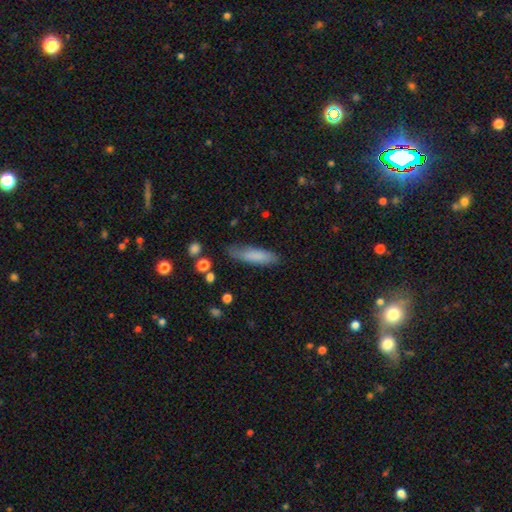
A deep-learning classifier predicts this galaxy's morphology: smooth-or-featured: smooth: 81% | featured or disk: 12% | star or artifact: 7%
  how-rounded: cigar-shaped: 69% | in between: 30% | round: 2%
  merging: none: 74% | minor disturbance: 19% | major disturbance: 5% | merger: 2%